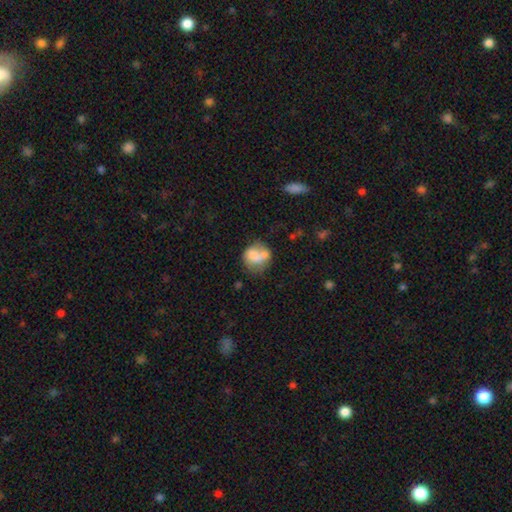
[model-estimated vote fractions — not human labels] Q: Smooth or featured?
A: smooth (64%); runner-up: featured or disk (27%)
Q: How rounded?
A: round (64%); runner-up: in between (35%)
Q: Merging?
A: merger (35%); runner-up: none (31%)